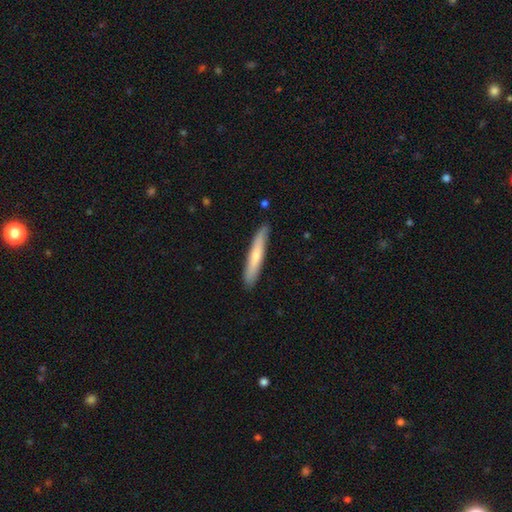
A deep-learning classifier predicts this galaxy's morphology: smooth-or-featured: smooth: 65% | featured or disk: 30% | star or artifact: 5%
  how-rounded: cigar-shaped: 93% | in between: 6% | round: 1%
  merging: none: 87% | minor disturbance: 10% | major disturbance: 2% | merger: 1%